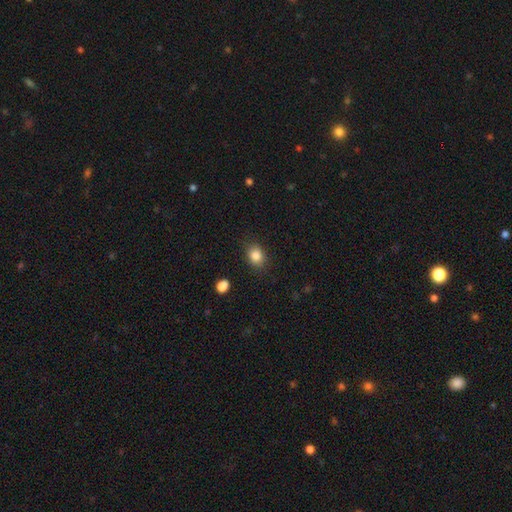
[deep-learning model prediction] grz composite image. It shows a smooth galaxy with no disk features (84%) that is in between round and cigar-shaped (54%). Merging: none (84%).